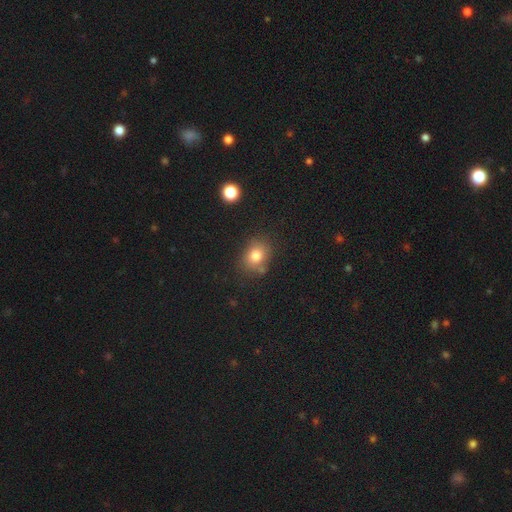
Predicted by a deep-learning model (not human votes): smooth_or_featured: smooth (p=0.79) [alt: star or artifact p=0.12]
how_rounded: round (p=0.50) [alt: in between p=0.49]
merging: none (p=0.74) [alt: minor disturbance p=0.15]